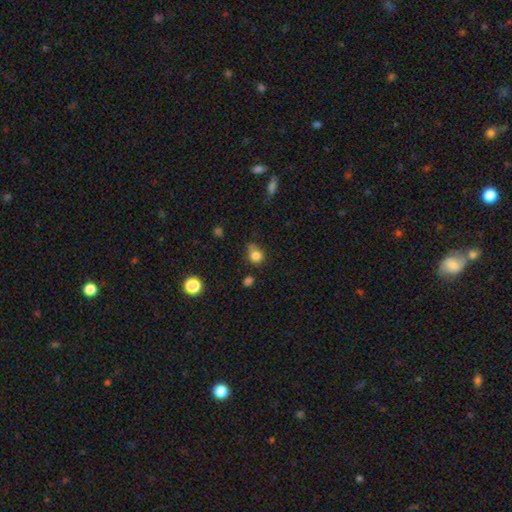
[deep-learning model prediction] Smooth or featured? Predicted: smooth (p=0.81). How rounded? Predicted: round (p=0.75). Merging? Predicted: none (p=0.54).